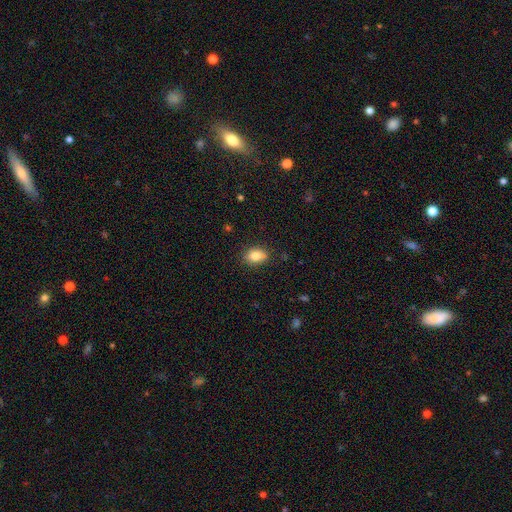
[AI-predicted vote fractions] smooth-or-featured: smooth: 83% | star or artifact: 9% | featured or disk: 8%
  how-rounded: in between: 75% | round: 23% | cigar-shaped: 2%
  merging: none: 82% | minor disturbance: 14% | major disturbance: 3% | merger: 2%